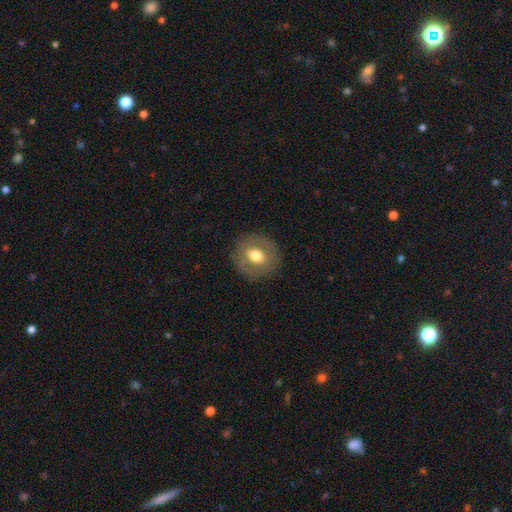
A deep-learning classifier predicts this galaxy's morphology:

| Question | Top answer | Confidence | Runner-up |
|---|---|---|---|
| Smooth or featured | smooth | 59% | featured or disk (33%) |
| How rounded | round | 74% | in between (25%) |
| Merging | none | 85% | minor disturbance (10%) |